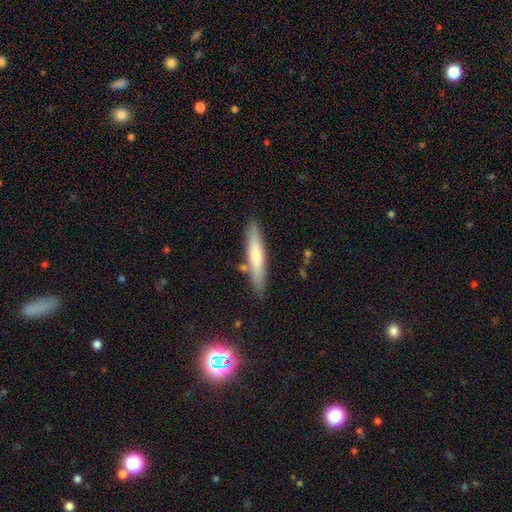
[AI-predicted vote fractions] A smooth galaxy with no disk features (60%) that is cigar-shaped (89%). Merging: none (83%).